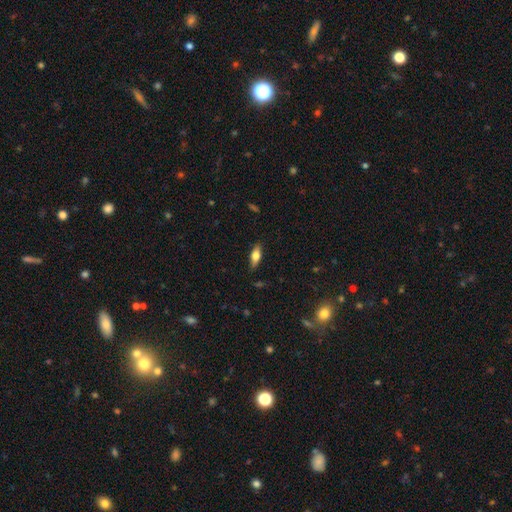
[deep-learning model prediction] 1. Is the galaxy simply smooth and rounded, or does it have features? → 61% smooth, 32% featured or disk, 7% star or artifact.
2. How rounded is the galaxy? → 68% in between, 29% cigar-shaped, 3% round.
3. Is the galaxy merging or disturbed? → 85% none, 11% minor disturbance, 2% major disturbance, 1% merger.